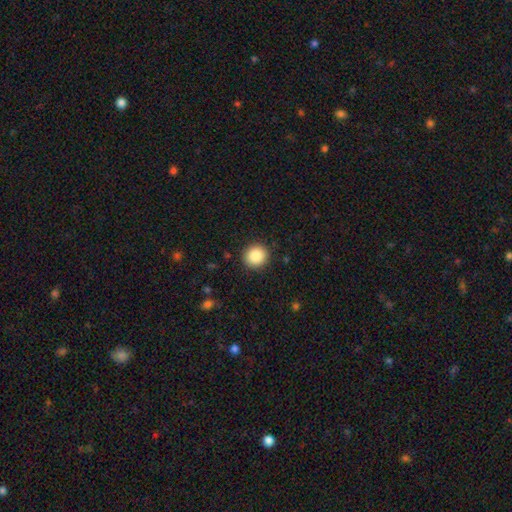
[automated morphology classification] Q: Smooth or featured?
A: smooth (87%); runner-up: star or artifact (9%)
Q: How rounded?
A: round (91%); runner-up: in between (8%)
Q: Merging?
A: none (91%); runner-up: minor disturbance (6%)